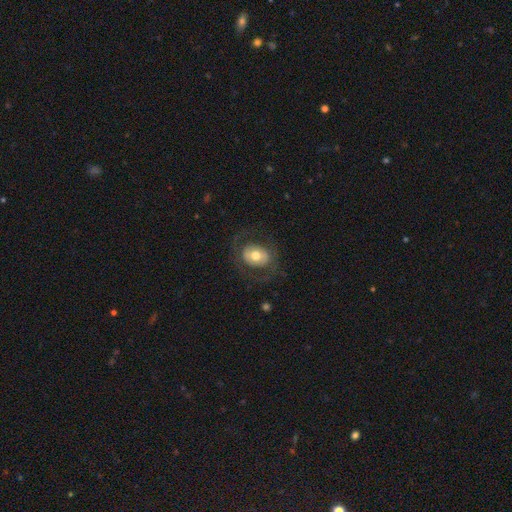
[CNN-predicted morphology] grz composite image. It shows a smooth galaxy with no disk features (52%) that is in between round and cigar-shaped (52%). Merging: none (72%).